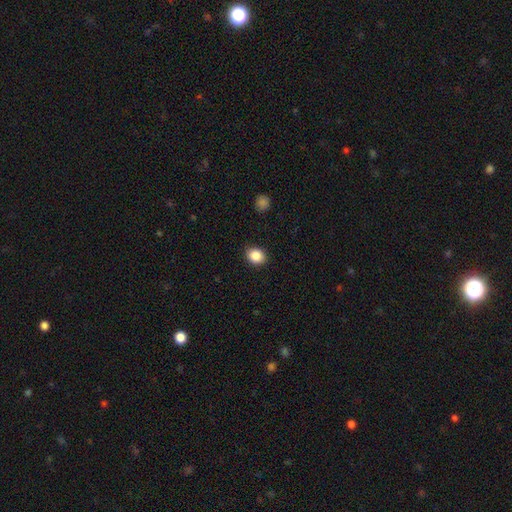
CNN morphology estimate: type=smooth (87%); roundness=round (57%); merging=none (89%).